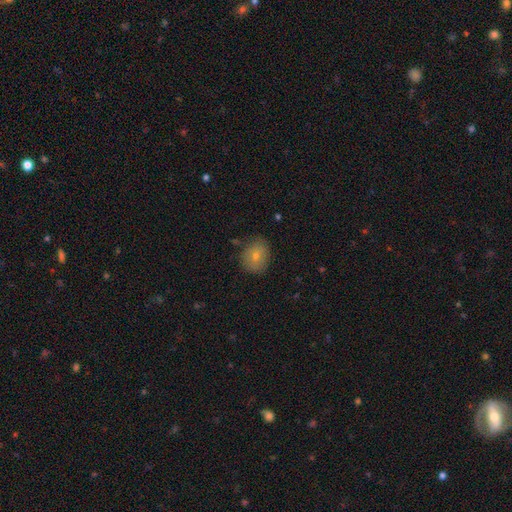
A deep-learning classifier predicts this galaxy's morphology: Overall: smooth (73%). How rounded: round (63%; in between 36%). Merging: none (75%).